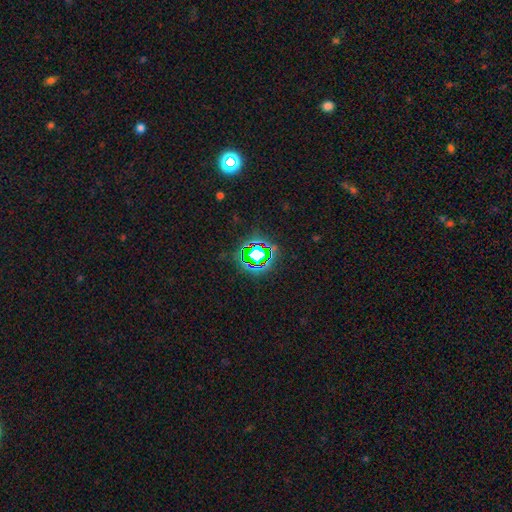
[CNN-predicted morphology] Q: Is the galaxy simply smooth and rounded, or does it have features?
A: star or artifact — 71%.